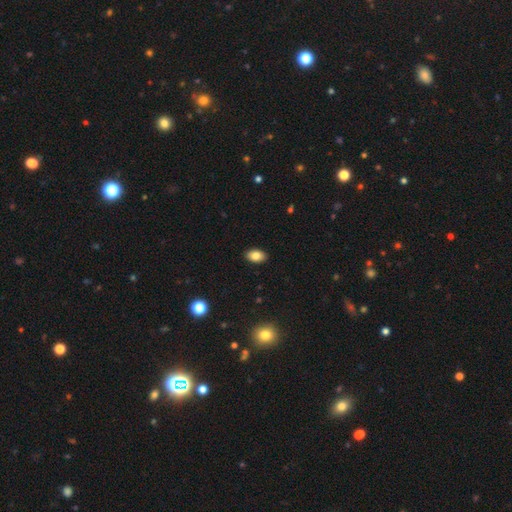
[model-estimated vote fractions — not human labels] Smooth or featured? smooth (84%)
How rounded? in between (89%)
Merging? none (90%)